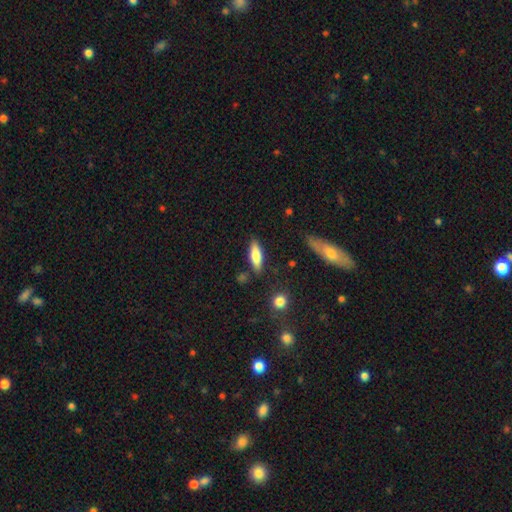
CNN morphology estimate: A smooth galaxy with no disk features (70%) that is in between round and cigar-shaped (50%). Merging: none (81%).